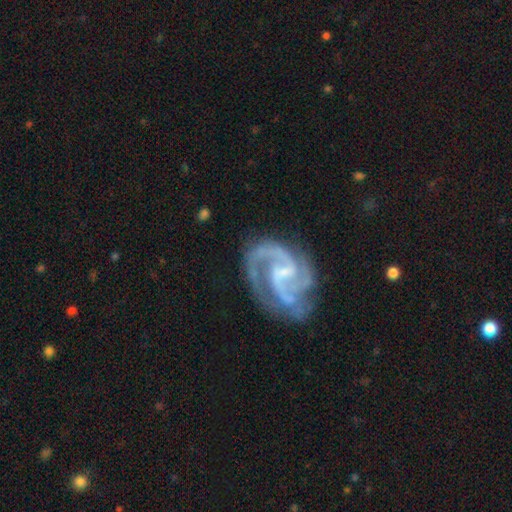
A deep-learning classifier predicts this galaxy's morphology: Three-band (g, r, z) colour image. It shows a featured or disk galaxy (92%) with a weak bar (54%), 2 (76%) medium (62%) spiral arms (98%) and a small central bulge (54%). Merging: none (68%).